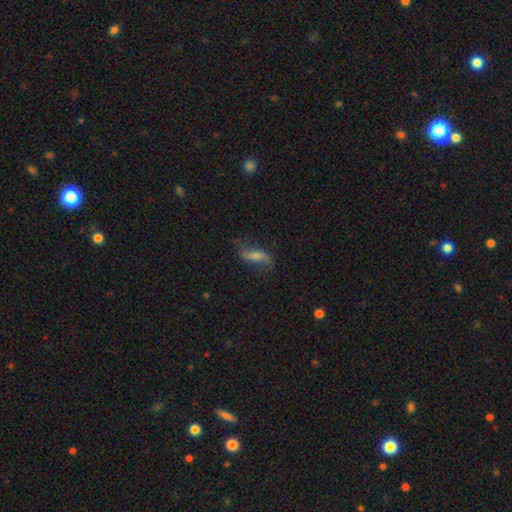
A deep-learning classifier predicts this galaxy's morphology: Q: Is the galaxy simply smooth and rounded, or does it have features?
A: featured or disk — 54%.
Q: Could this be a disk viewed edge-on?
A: no — 84%.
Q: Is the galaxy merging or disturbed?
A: none — 68%.